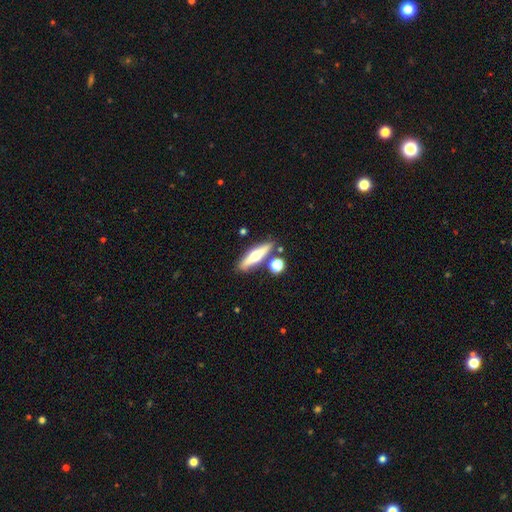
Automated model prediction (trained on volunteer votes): This is possibly a featured or disk galaxy (52%). It is clearly viewed edge-on (91%). Merging: likely none (79%).